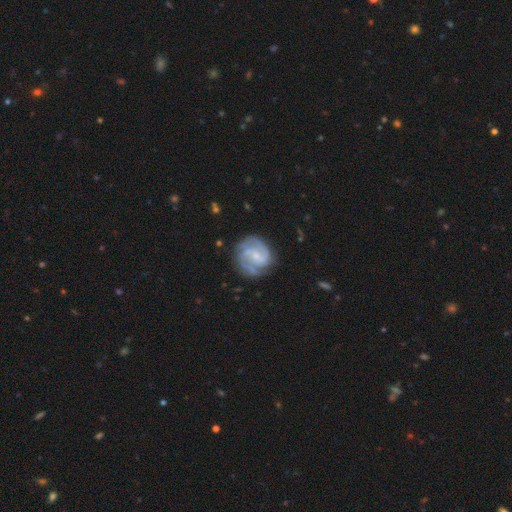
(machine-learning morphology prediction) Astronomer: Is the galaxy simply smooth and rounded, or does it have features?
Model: featured or disk — 86%.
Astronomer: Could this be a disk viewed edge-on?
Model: no — 98%.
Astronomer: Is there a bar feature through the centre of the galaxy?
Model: weak — 46% (runner-up: no, 43%).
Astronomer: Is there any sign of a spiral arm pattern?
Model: yes — 97%.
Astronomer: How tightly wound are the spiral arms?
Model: tight — 45%, tied with medium at 45%.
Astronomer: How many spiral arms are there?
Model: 2 — 47% (runner-up: 3, 28%).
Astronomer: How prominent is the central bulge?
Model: small — 62%.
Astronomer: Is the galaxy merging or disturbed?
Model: none — 74%.